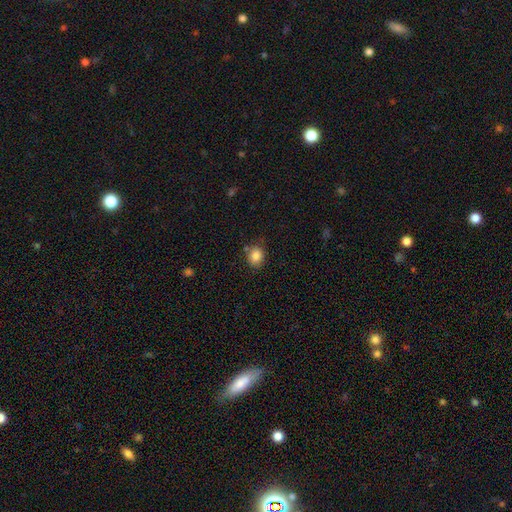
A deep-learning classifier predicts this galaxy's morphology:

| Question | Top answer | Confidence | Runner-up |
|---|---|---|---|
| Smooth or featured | smooth | 86% | star or artifact (9%) |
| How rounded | round | 55% | in between (44%) |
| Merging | none | 75% | minor disturbance (16%) |